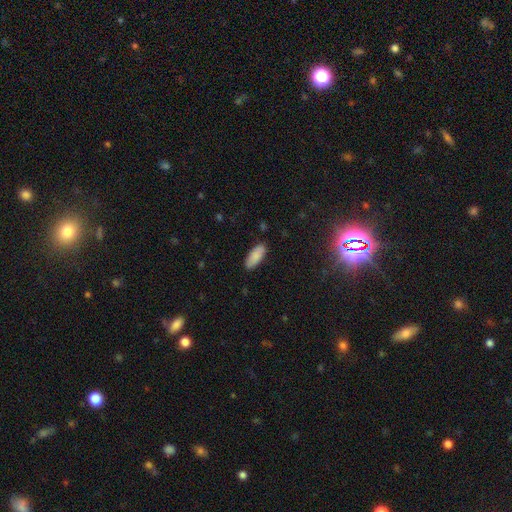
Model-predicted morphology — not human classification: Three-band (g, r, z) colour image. It shows a smooth galaxy with no disk features (87%) that is in between round and cigar-shaped (76%). Merging: none (88%).